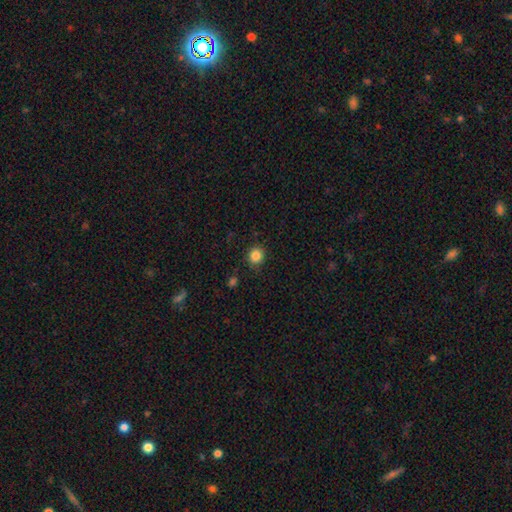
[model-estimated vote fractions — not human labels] Smooth or featured?
  - smooth: 85% *
  - star or artifact: 11%
  - featured or disk: 4%
How rounded?
  - round: 87% *
  - in between: 13%
  - cigar-shaped: 1%
Merging?
  - none: 87% *
  - minor disturbance: 9%
  - major disturbance: 2%
  - merger: 1%